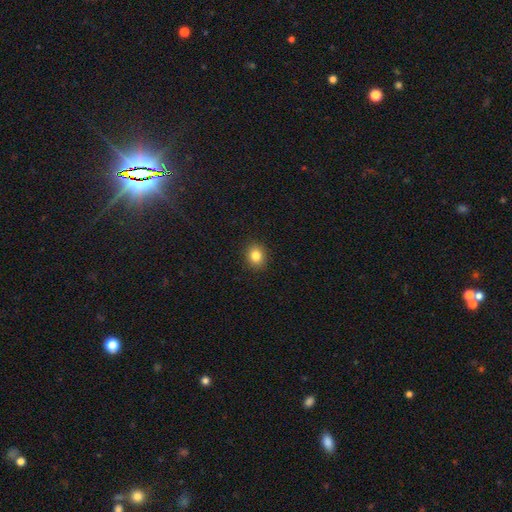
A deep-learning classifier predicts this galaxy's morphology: Smooth or featured?
  - smooth: 84% *
  - star or artifact: 11%
  - featured or disk: 6%
How rounded?
  - round: 73% *
  - in between: 27%
  - cigar-shaped: 1%
Merging?
  - none: 91% *
  - minor disturbance: 6%
  - major disturbance: 2%
  - merger: 1%